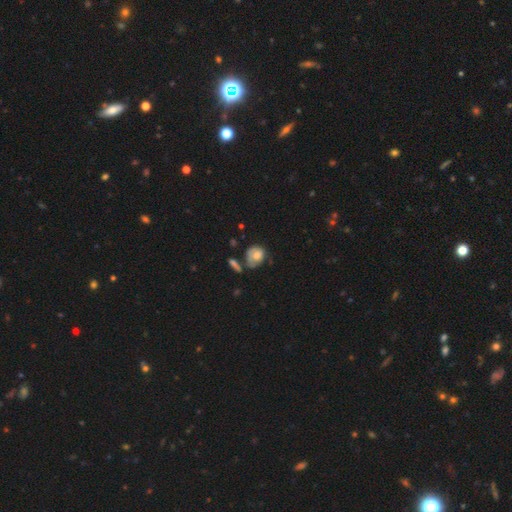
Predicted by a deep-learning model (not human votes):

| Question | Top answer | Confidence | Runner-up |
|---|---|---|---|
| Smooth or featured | smooth | 68% | featured or disk (24%) |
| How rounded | round | 53% | in between (46%) |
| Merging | none | 37% | minor disturbance (31%) |